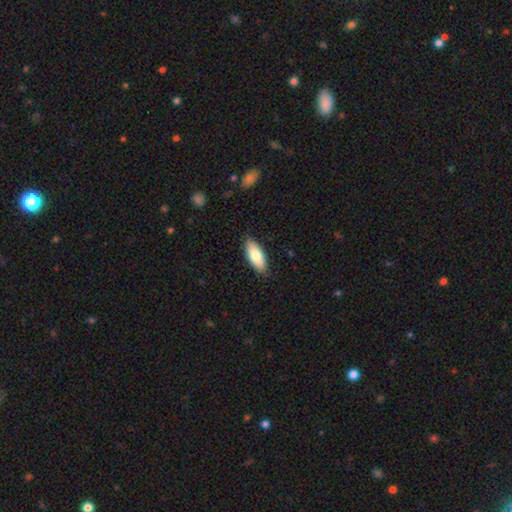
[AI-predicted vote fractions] A smooth galaxy with no disk features (82%) that is in between round and cigar-shaped (81%).

Vote fractions:
- Smooth or featured? smooth: 82% / featured or disk: 13% / star or artifact: 6%
- How rounded? in between: 81% / cigar-shaped: 17% / round: 2%
- Merging? none: 86% / minor disturbance: 11% / major disturbance: 2% / merger: 1%